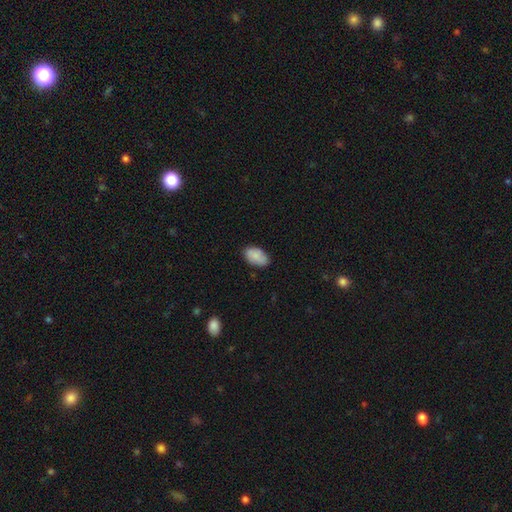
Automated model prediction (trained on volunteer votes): Overall: smooth (86%). How rounded: in between (93%). Merging: none (79%).